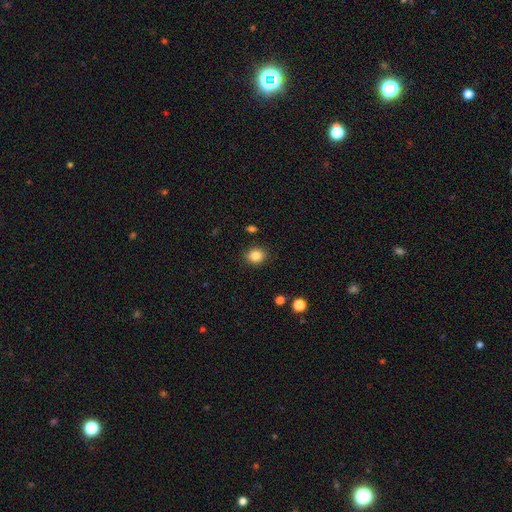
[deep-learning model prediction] A smooth galaxy with no disk features (85%) that is round (75%).

Vote fractions:
- Smooth or featured? smooth: 85% / star or artifact: 10% / featured or disk: 5%
- How rounded? round: 75% / in between: 24% / cigar-shaped: 1%
- Merging? none: 88% / minor disturbance: 8% / major disturbance: 2% / merger: 2%